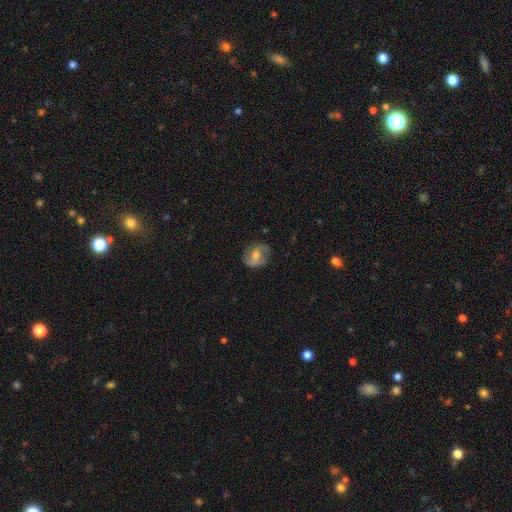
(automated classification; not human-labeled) This appears to be a featured or disk galaxy (57%) with a weak bar (43%), spiral arms (82%) and a moderate central bulge (60%). Merging: none (74%).